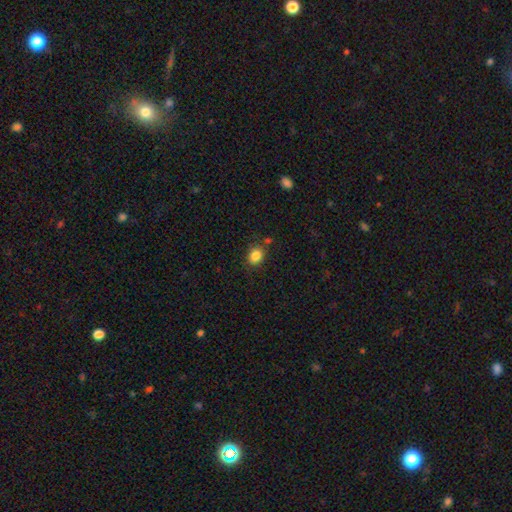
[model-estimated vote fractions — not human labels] Smooth or featured? Predicted: smooth (p=0.85). How rounded? Predicted: round (p=0.57). Merging? Predicted: none (p=0.80).